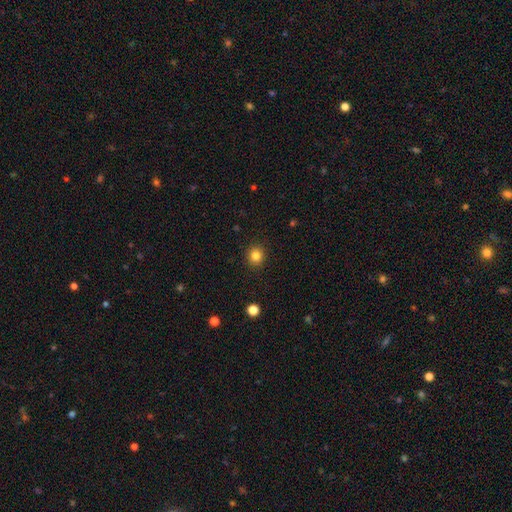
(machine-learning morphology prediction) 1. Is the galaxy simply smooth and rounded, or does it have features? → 83% smooth, 12% star or artifact, 5% featured or disk.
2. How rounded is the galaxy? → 90% round, 9% in between, 1% cigar-shaped.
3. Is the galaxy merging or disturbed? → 91% none, 6% minor disturbance, 2% major disturbance, 1% merger.